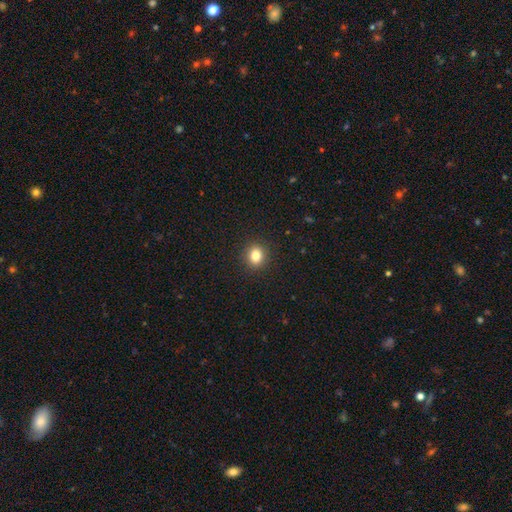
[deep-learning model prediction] This appears to be a smooth galaxy with no disk features (83%) that is round (63%). Merging: none (91%).